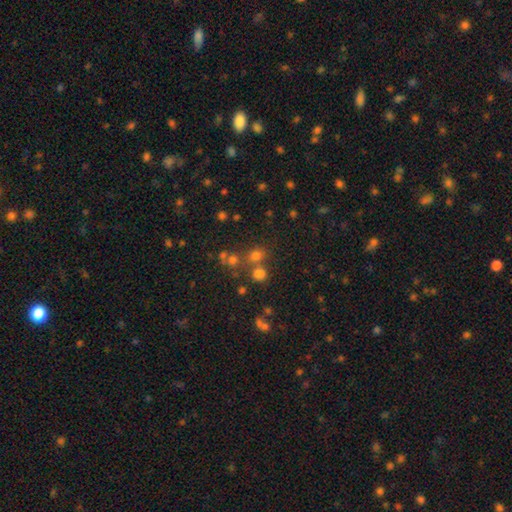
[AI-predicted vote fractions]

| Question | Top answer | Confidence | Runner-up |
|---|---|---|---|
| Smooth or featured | smooth | 65% | star or artifact (27%) |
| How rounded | round | 81% | in between (18%) |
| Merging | none | 64% | merger (24%) |